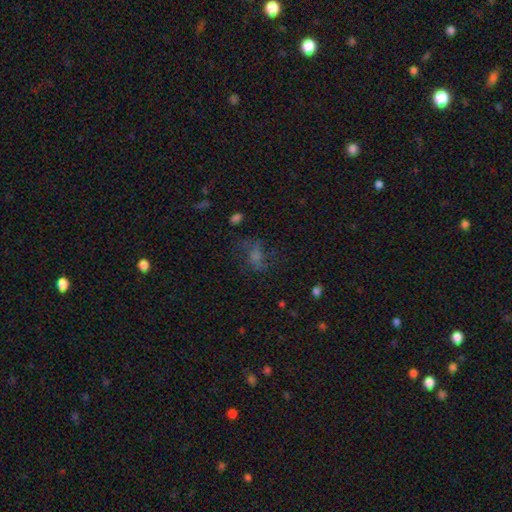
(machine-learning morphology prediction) A smooth galaxy with no disk features (38%).

Vote fractions:
- Smooth or featured? smooth: 38% / featured or disk: 34% / star or artifact: 29%
- Merging? none: 52% / major disturbance: 27% / minor disturbance: 19% / merger: 3%